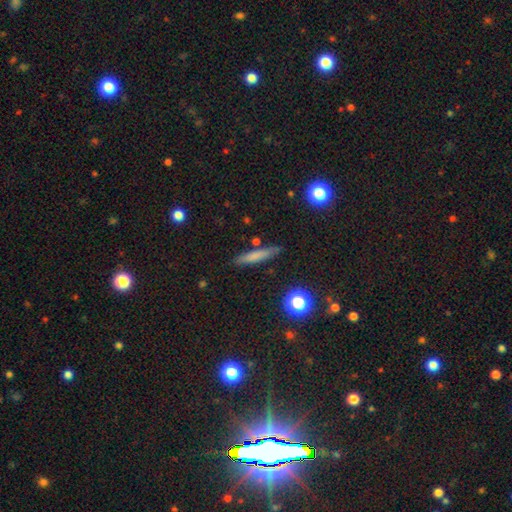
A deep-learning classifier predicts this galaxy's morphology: Smooth or featured? Predicted: smooth (p=0.70). How rounded? Predicted: cigar-shaped (p=0.89). Merging? Predicted: none (p=0.85).